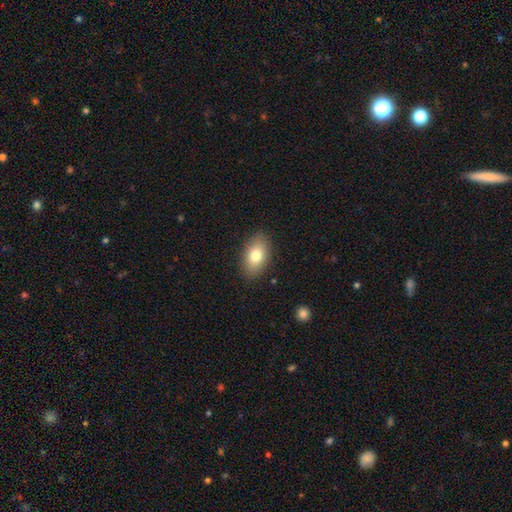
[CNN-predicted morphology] smooth 77%, featured or disk 15%, star or artifact 8%. Down the decision tree: how rounded — in between (90%); merging — none (87%).